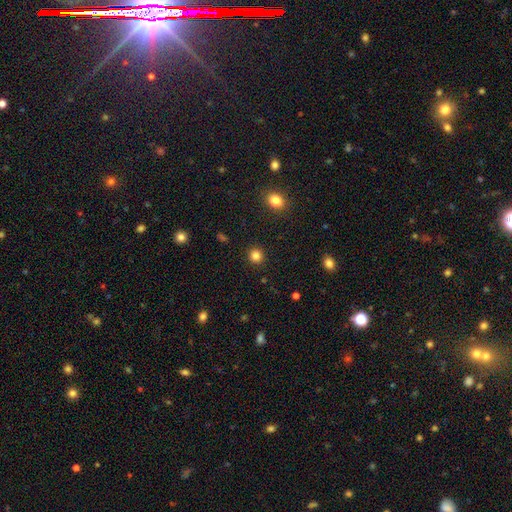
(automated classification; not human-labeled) Smooth or featured? smooth (83%)
How rounded? round (91%)
Merging? none (92%)